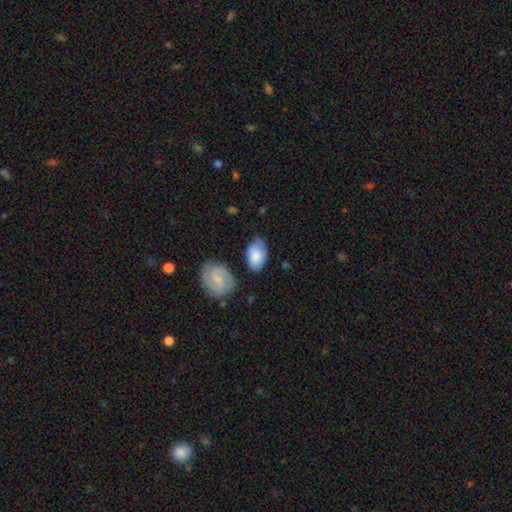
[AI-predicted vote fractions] smooth-or-featured: smooth: 71% | featured or disk: 23% | star or artifact: 6%
  how-rounded: in between: 89% | round: 10% | cigar-shaped: 1%
  merging: none: 59% | minor disturbance: 27% | major disturbance: 7% | merger: 6%